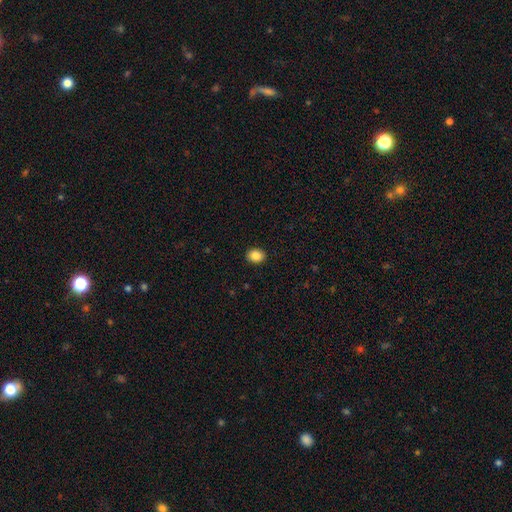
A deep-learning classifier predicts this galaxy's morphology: Smooth or featured: smooth — 87% (star or artifact — 9%)
How rounded: in between — 51% (round — 48%)
Merging: none — 91% (minor disturbance — 6%)